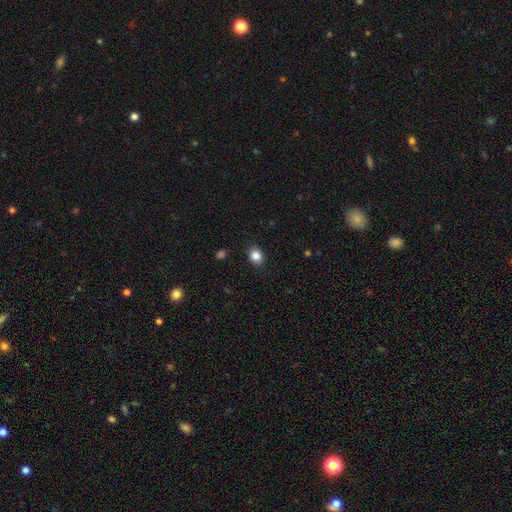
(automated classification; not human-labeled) Q: Smooth or featured?
A: smooth (85%); runner-up: star or artifact (10%)
Q: How rounded?
A: round (54%); runner-up: in between (45%)
Q: Merging?
A: none (89%); runner-up: minor disturbance (8%)